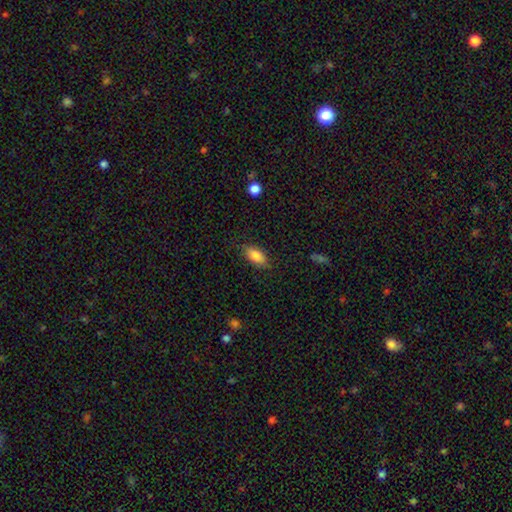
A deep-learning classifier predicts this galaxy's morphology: Smooth or featured?
  - smooth: 85% *
  - featured or disk: 8%
  - star or artifact: 7%
How rounded?
  - in between: 89% *
  - cigar-shaped: 8%
  - round: 3%
Merging?
  - none: 82% *
  - minor disturbance: 14%
  - major disturbance: 4%
  - merger: 1%